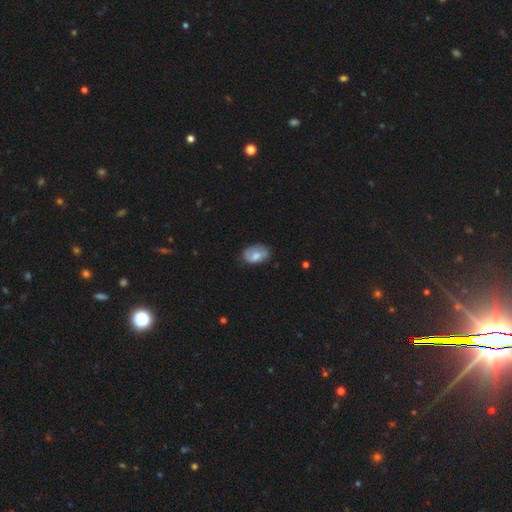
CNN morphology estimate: type=smooth (64%); roundness=in between (88%); merging=none (66%).